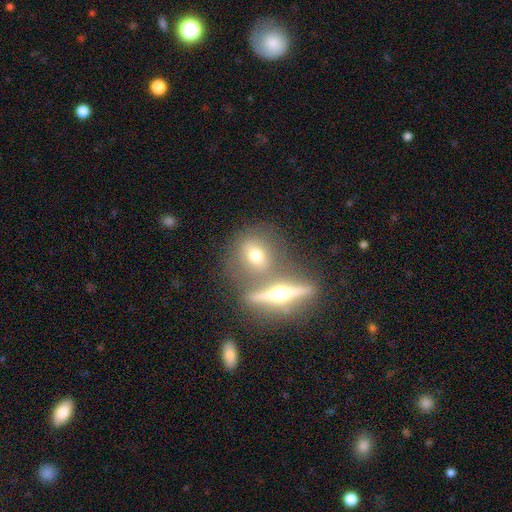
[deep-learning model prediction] Smooth or featured? featured or disk (45%)
Merging? none (57%)